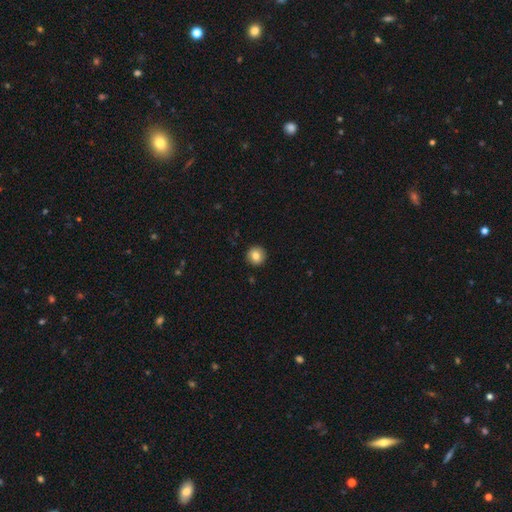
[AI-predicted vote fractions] Smooth or featured? smooth (82%)
How rounded? round (94%)
Merging? none (92%)